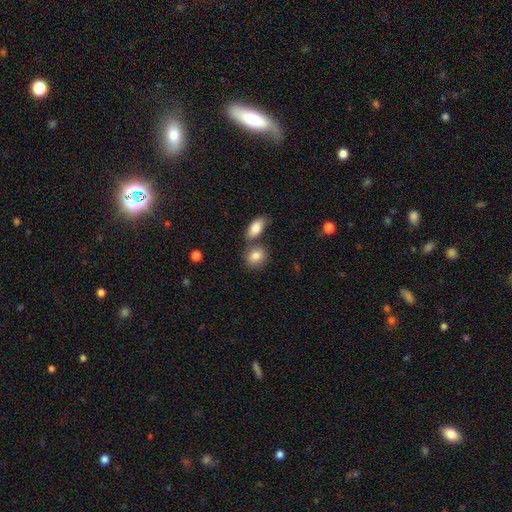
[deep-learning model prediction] smooth 85%, star or artifact 8%, featured or disk 7%. Down the decision tree: how rounded — in between (57%); merging — none (59%).